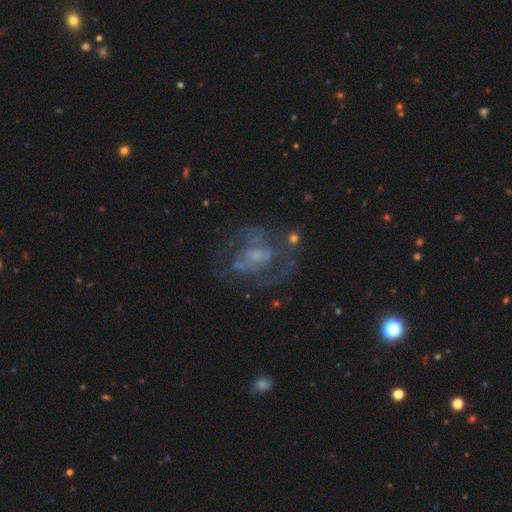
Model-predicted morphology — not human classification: Smooth or featured: featured or disk — 71% (smooth — 16%)
Edge-on disk: no — 97% (yes — 3%)
Bar: no — 52% (weak — 38%)
Spiral arms: yes — 64% (no — 36%)
Bulge size: small — 47% (moderate — 27%)
Merging: none — 54% (major disturbance — 24%)